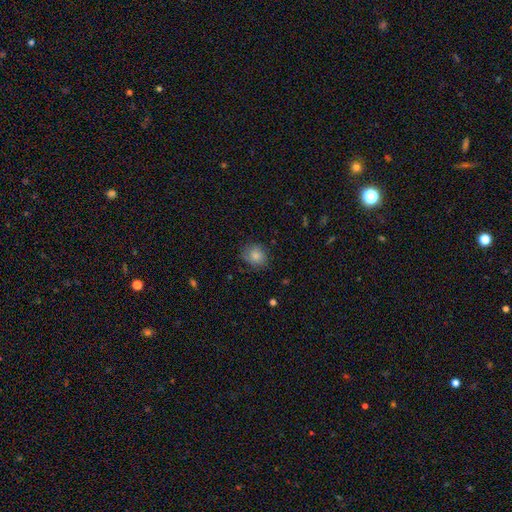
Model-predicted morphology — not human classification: Q: Smooth or featured?
A: smooth (83%); runner-up: star or artifact (9%)
Q: How rounded?
A: round (70%); runner-up: in between (29%)
Q: Merging?
A: none (77%); runner-up: minor disturbance (18%)